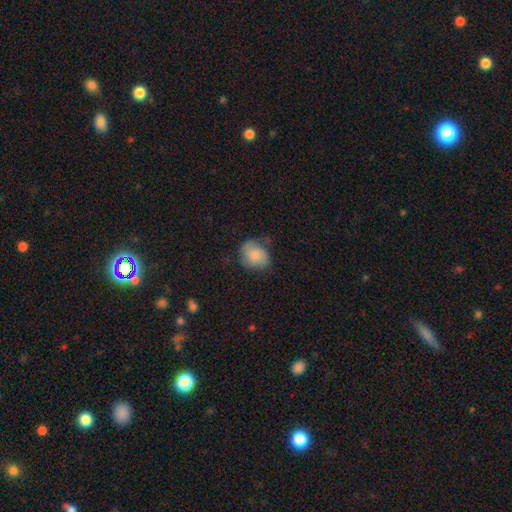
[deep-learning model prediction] smooth-or-featured: smooth: 78% | featured or disk: 14% | star or artifact: 8%
  how-rounded: round: 54% | in between: 45% | cigar-shaped: 1%
  merging: none: 53% | minor disturbance: 33% | major disturbance: 12% | merger: 3%